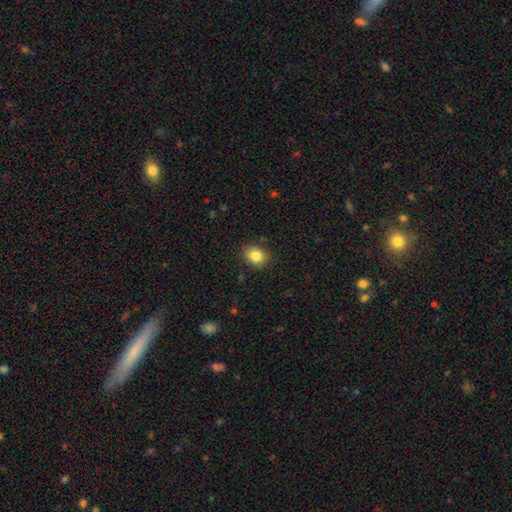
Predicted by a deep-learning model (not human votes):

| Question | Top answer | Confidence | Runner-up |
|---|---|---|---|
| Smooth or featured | smooth | 84% | star or artifact (10%) |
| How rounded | round | 50% | in between (49%) |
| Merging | none | 86% | minor disturbance (10%) |